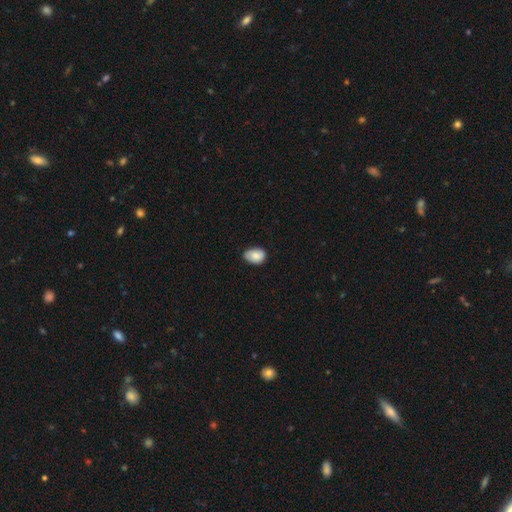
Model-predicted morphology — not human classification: Overall: smooth (81%). How rounded: in between (78%). Merging: none (71%).